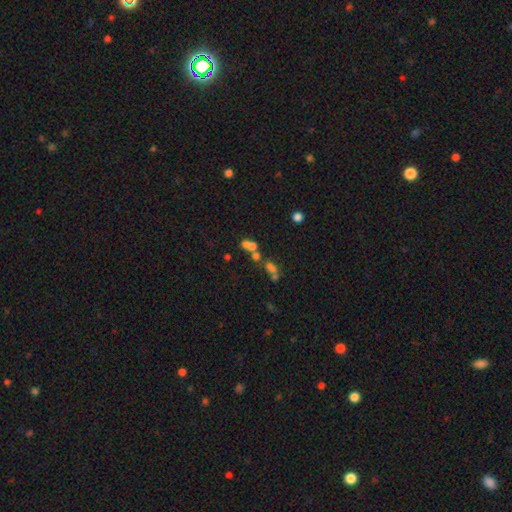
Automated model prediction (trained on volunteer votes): This appears to be a smooth galaxy with no disk features (40%). Merging: merger (45%).